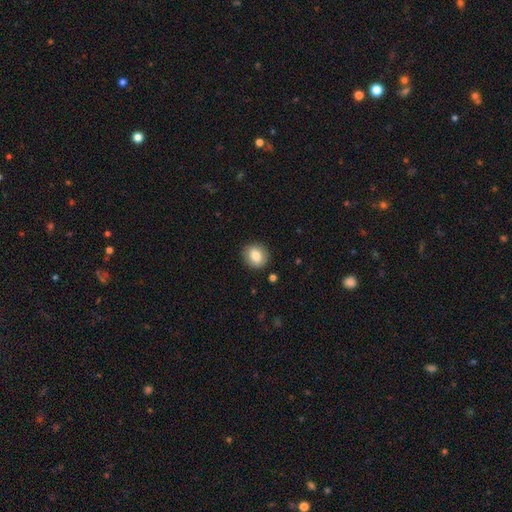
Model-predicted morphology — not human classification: type=smooth (82%); roundness=round (72%); merging=none (87%).